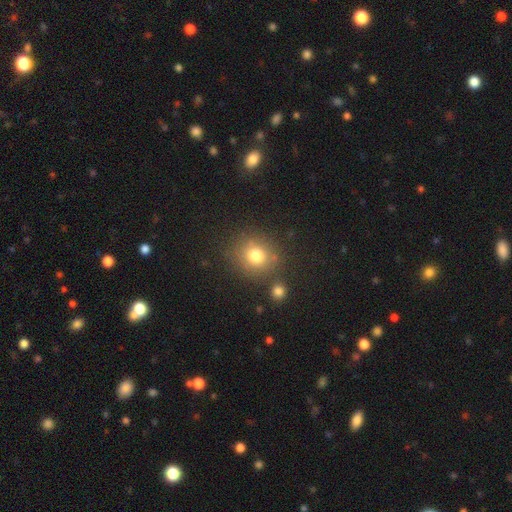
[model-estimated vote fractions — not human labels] Smooth or featured? Predicted: smooth (p=0.78). How rounded? Predicted: round (p=0.82). Merging? Predicted: none (p=0.75).